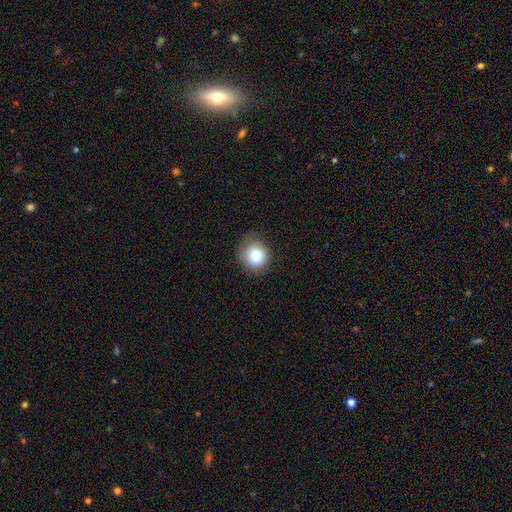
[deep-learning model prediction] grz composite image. It shows a smooth galaxy with no disk features (86%) that is round (82%). Merging: none (69%).